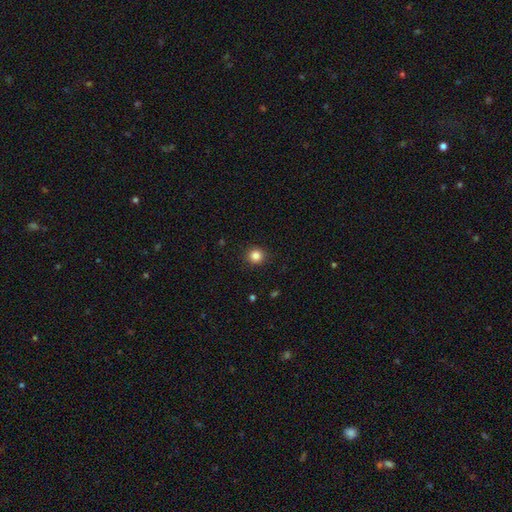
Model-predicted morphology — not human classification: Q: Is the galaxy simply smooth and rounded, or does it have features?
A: smooth — 84%.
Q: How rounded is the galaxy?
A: round — 93%.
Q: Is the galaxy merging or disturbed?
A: none — 91%.